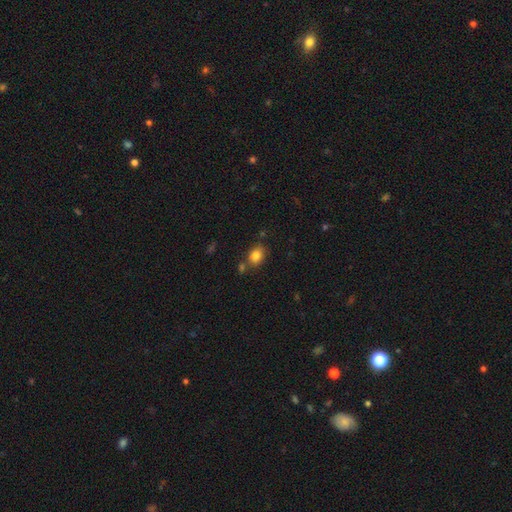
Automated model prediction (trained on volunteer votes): The model was most divided on "how rounded": in between: 60%, round: 39%, cigar-shaped: 1%. More confident: smooth or featured — smooth (82%); merging — none (73%).